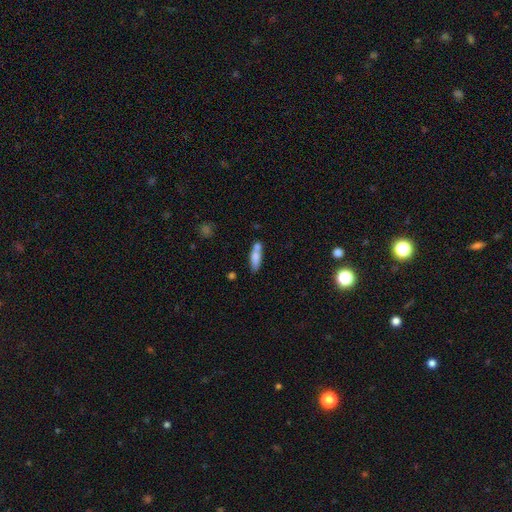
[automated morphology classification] Q: Smooth or featured?
A: smooth (74%); runner-up: featured or disk (18%)
Q: How rounded?
A: cigar-shaped (51%); runner-up: in between (47%)
Q: Merging?
A: none (51%); runner-up: merger (29%)